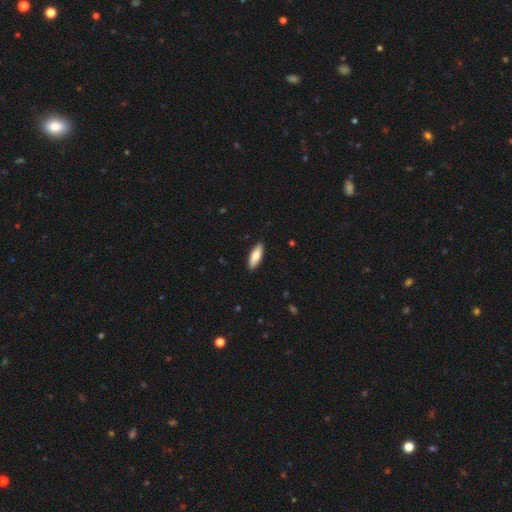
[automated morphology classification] type=smooth (75%); roundness=in between (59%); merging=none (90%).